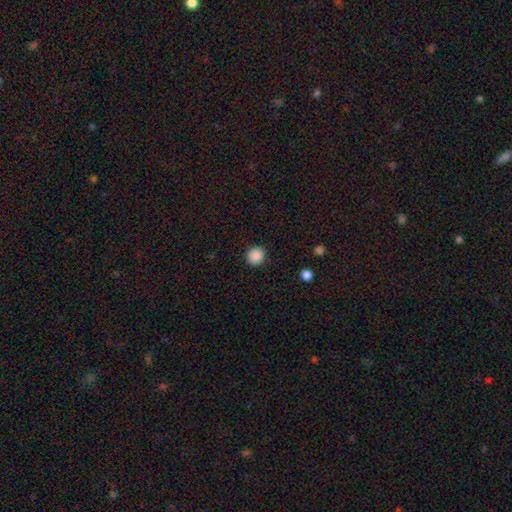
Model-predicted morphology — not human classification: The model was most divided on "smooth or featured": smooth: 89%, star or artifact: 9%, featured or disk: 2%. More confident: how rounded — round (92%); merging — none (91%).